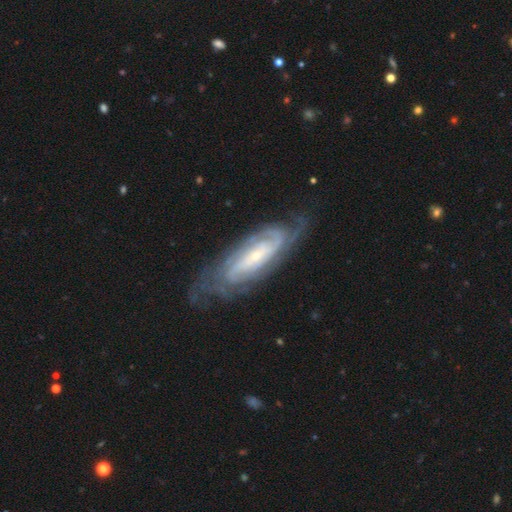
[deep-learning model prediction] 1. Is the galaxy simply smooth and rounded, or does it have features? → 87% featured or disk, 7% smooth, 5% star or artifact.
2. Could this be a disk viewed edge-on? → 89% no, 11% yes.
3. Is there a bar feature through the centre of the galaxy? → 55% no, 28% weak, 17% strong.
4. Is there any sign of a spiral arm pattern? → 97% yes, 3% no.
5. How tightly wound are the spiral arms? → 68% tight, 26% medium, 6% loose.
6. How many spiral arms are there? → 32% can't tell, 26% 2, 16% 3, 13% 4, 7% more than 4, 5% 1.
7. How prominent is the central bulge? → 77% small, 19% moderate, 2% none, 2% large, 1% dominant.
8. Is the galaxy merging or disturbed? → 72% none, 19% minor disturbance, 8% major disturbance, 1% merger.